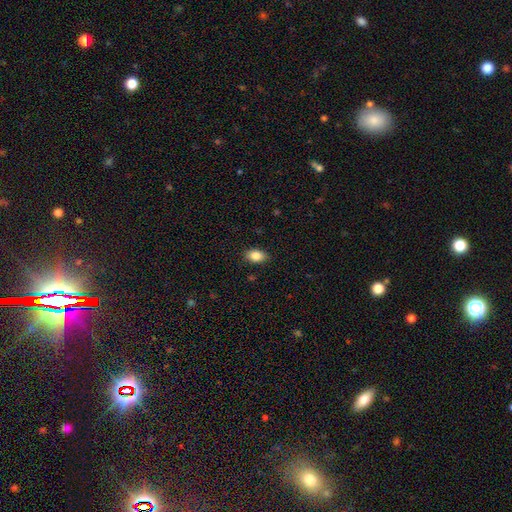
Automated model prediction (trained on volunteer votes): Smooth or featured?
  - smooth: 85% *
  - star or artifact: 8%
  - featured or disk: 6%
How rounded?
  - in between: 87% *
  - round: 11%
  - cigar-shaped: 2%
Merging?
  - none: 88% *
  - minor disturbance: 9%
  - major disturbance: 2%
  - merger: 1%